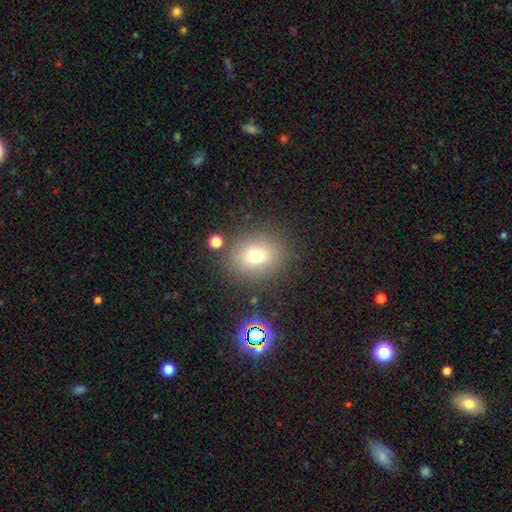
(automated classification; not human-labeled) A smooth galaxy with no disk features (72%) that is round (58%).

Vote fractions:
- Smooth or featured? smooth: 72% / star or artifact: 16% / featured or disk: 12%
- How rounded? round: 58% / in between: 41% / cigar-shaped: 1%
- Merging? none: 82% / minor disturbance: 10% / major disturbance: 4% / merger: 4%